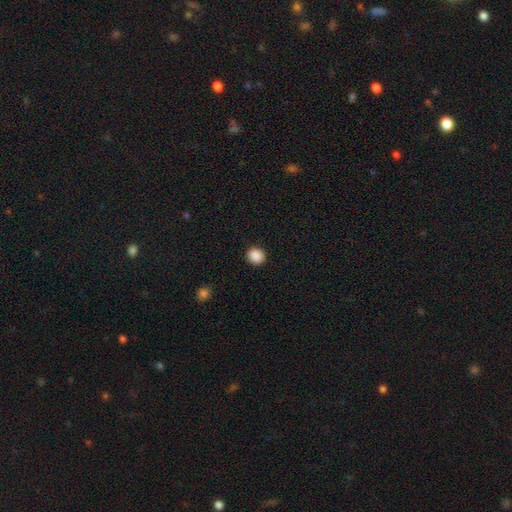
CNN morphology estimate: Smooth or featured: smooth — 89% (star or artifact — 9%)
How rounded: round — 84% (in between — 15%)
Merging: none — 91% (minor disturbance — 6%)